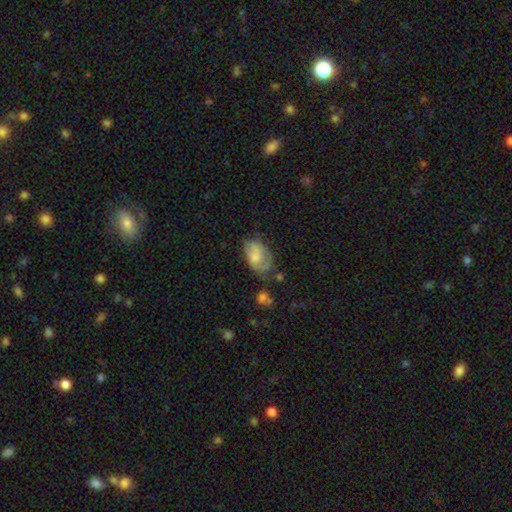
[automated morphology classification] Smooth or featured? Predicted: smooth (p=0.60). How rounded? Predicted: in between (p=0.88). Merging? Predicted: none (p=0.45).